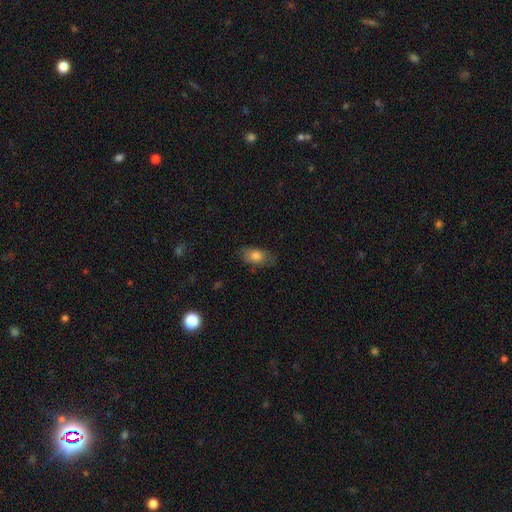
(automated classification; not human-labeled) Smooth or featured?
  - smooth: 78% *
  - featured or disk: 14%
  - star or artifact: 8%
How rounded?
  - in between: 86% *
  - round: 9%
  - cigar-shaped: 4%
Merging?
  - none: 75% *
  - minor disturbance: 19%
  - major disturbance: 4%
  - merger: 1%